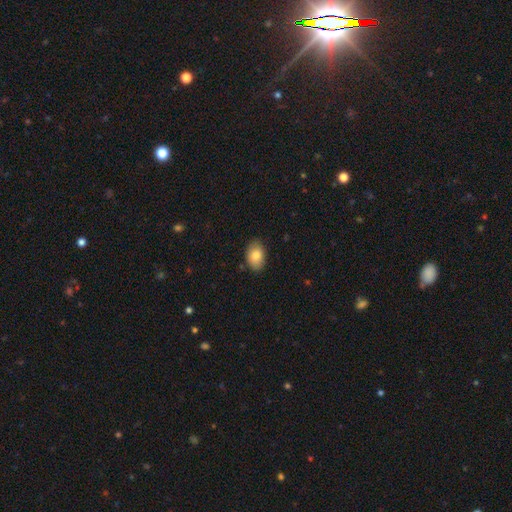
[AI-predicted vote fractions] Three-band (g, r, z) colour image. It shows a smooth galaxy with no disk features (85%) that is in between round and cigar-shaped (86%). Merging: none (82%).